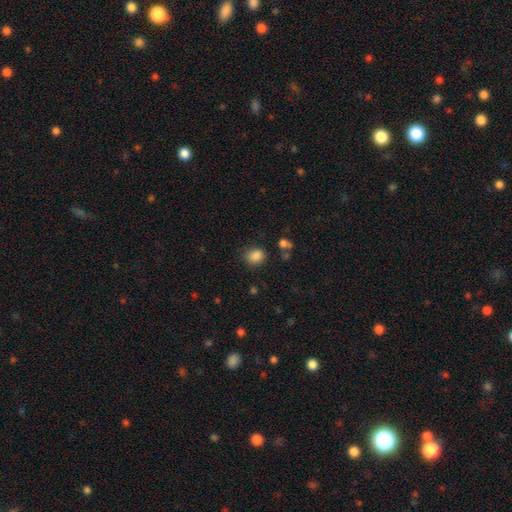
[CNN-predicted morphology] smooth 85%, star or artifact 11%, featured or disk 4%. Down the decision tree: how rounded — round (54%); merging — none (78%).